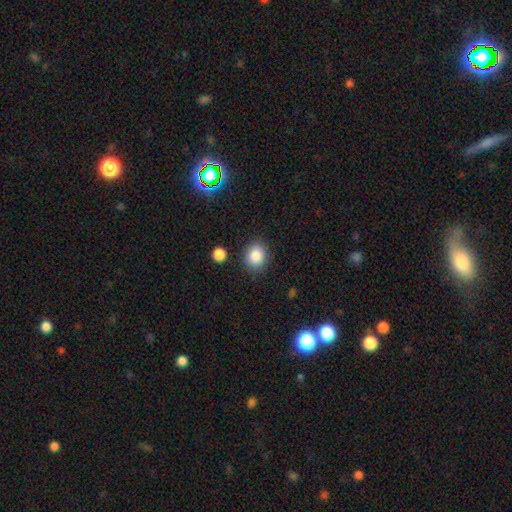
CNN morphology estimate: smooth-or-featured: smooth: 85% | star or artifact: 10% | featured or disk: 5%
  how-rounded: round: 65% | in between: 34% | cigar-shaped: 1%
  merging: none: 85% | minor disturbance: 9% | merger: 3% | major disturbance: 3%